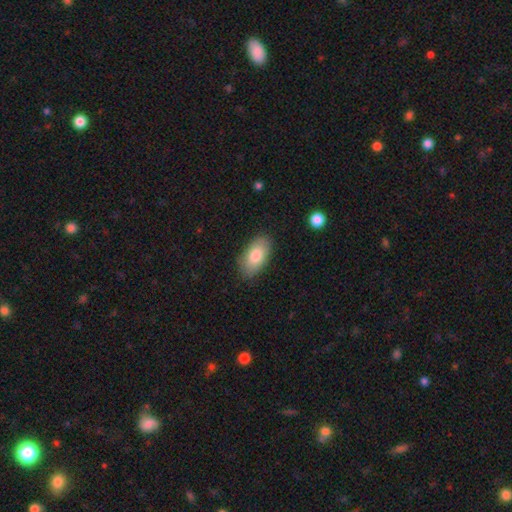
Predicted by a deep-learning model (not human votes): smooth-or-featured: smooth: 81% | featured or disk: 12% | star or artifact: 6%
  how-rounded: in between: 94% | round: 3% | cigar-shaped: 3%
  merging: none: 84% | minor disturbance: 12% | major disturbance: 3% | merger: 1%